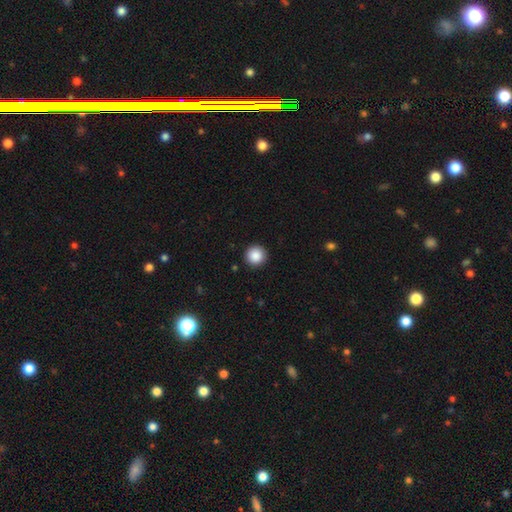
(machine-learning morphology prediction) Q: Smooth or featured?
A: smooth (88%); runner-up: star or artifact (9%)
Q: How rounded?
A: round (96%); runner-up: in between (3%)
Q: Merging?
A: none (93%); runner-up: minor disturbance (5%)